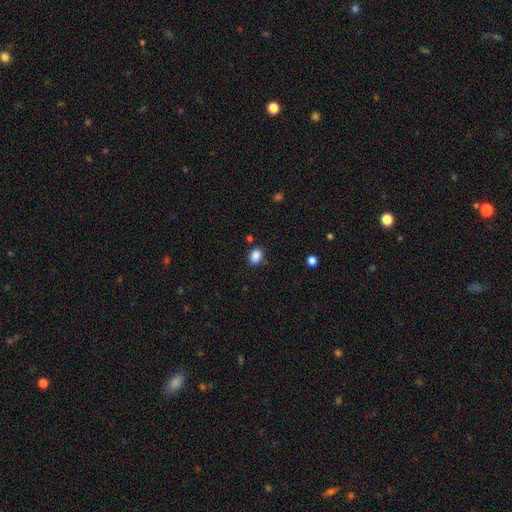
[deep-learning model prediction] Morphology: type=smooth (88%); roundness=in between (70%); merging=none (82%).